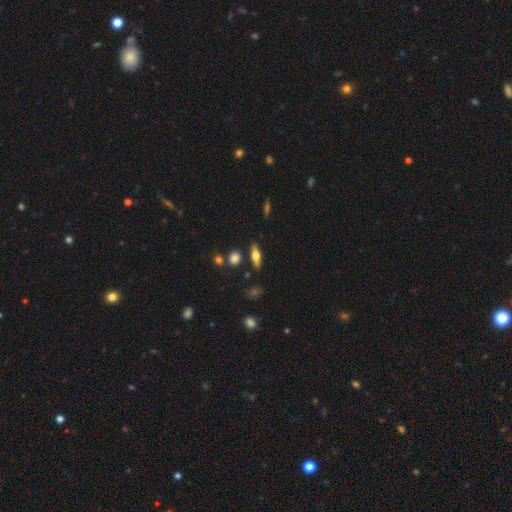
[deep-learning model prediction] Smooth or featured?
  - smooth: 48% *
  - featured or disk: 44%
  - star or artifact: 8%
Merging?
  - none: 83% *
  - minor disturbance: 10%
  - merger: 4%
  - major disturbance: 3%